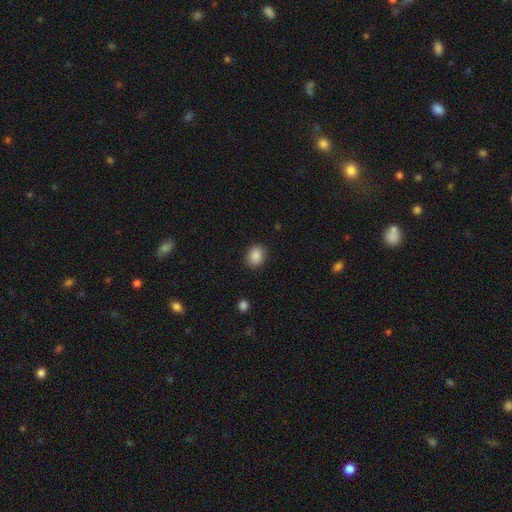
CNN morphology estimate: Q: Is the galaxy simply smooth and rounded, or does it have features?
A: smooth — 88%.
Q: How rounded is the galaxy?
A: round — 55%.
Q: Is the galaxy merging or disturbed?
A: none — 88%.